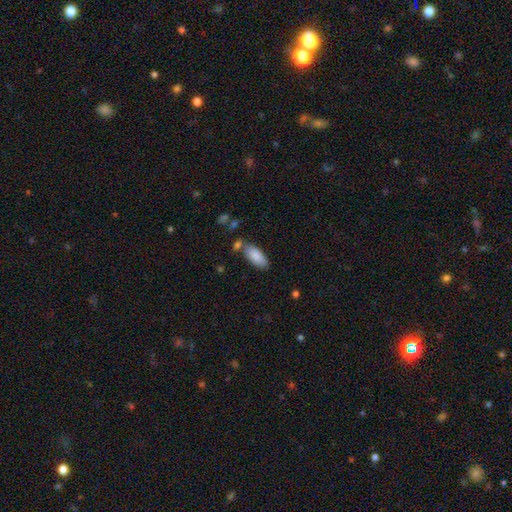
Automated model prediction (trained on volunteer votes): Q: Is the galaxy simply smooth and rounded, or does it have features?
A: smooth — 87%.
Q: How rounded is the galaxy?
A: in between — 87%.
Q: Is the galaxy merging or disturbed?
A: none — 70%.